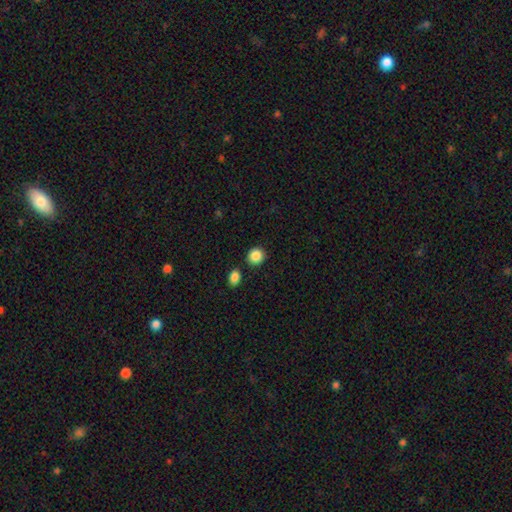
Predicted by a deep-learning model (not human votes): Smooth or featured? smooth (88%)
How rounded? round (87%)
Merging? none (85%)